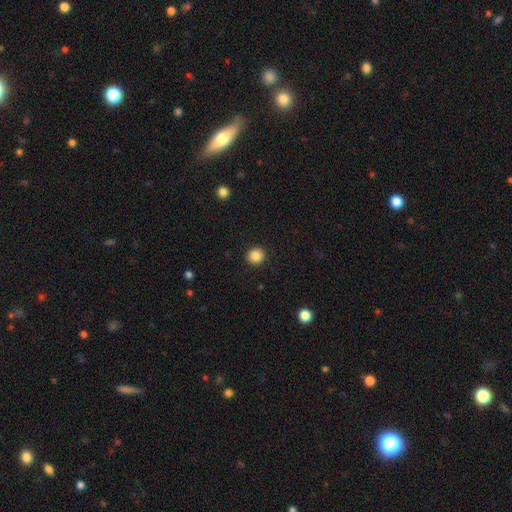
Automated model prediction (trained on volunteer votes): Smooth or featured? Predicted: smooth (p=0.86). How rounded? Predicted: round (p=0.92). Merging? Predicted: none (p=0.93).